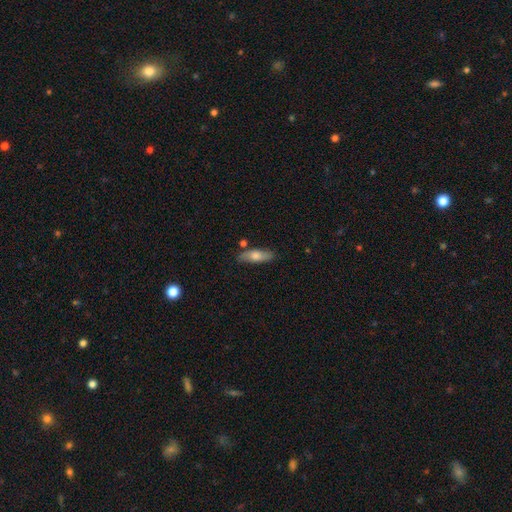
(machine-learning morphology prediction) Smooth or featured? Predicted: smooth (p=0.67). How rounded? Predicted: in between (p=0.56). Merging? Predicted: none (p=0.80).